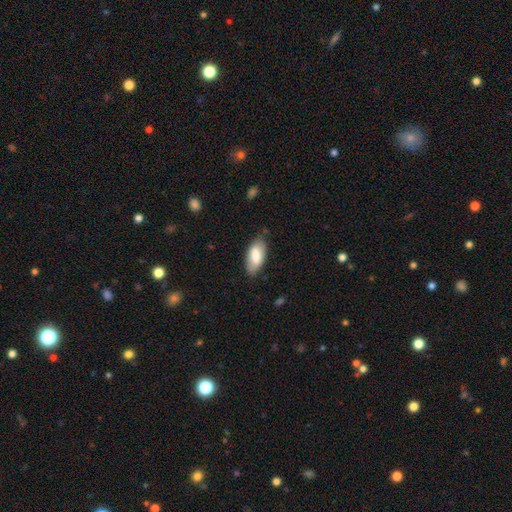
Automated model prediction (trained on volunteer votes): This appears to be a smooth galaxy with no disk features (78%) that is in between round and cigar-shaped (88%). Merging: none (77%).